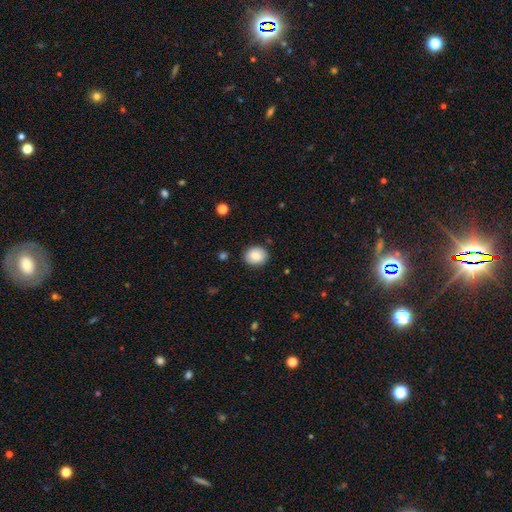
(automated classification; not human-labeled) smooth 84%, featured or disk 8%, star or artifact 8%. Down the decision tree: how rounded — round (54%); merging — none (87%).